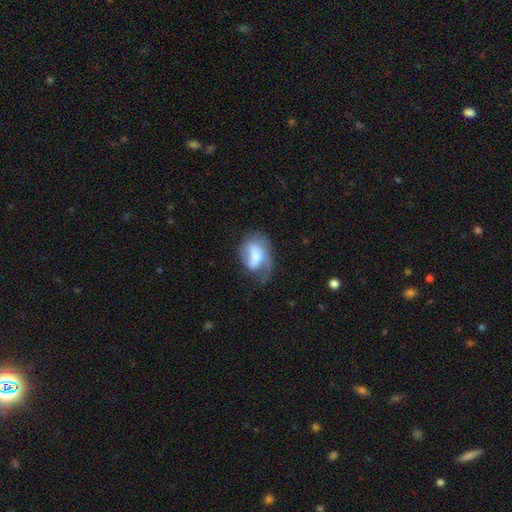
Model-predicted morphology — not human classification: This is possibly a smooth galaxy (50%). Merging: marginally none (33%).